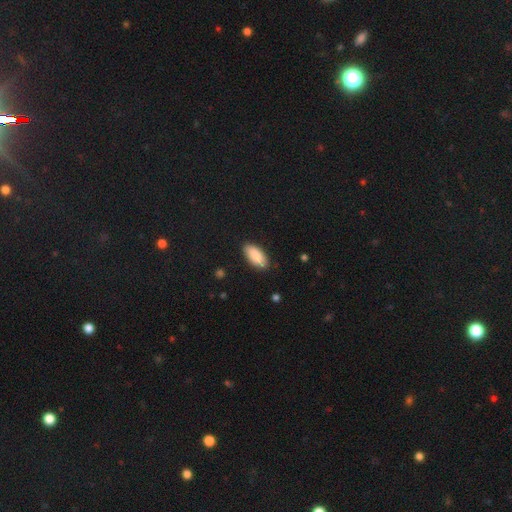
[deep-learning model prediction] Overall: smooth (89%). How rounded: in between (90%). Merging: none (86%).